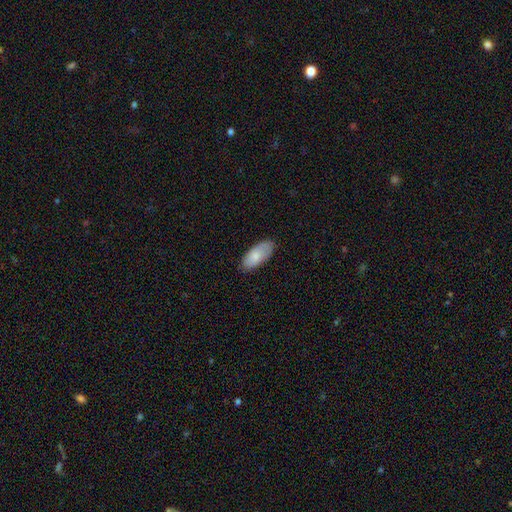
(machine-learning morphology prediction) Overall: smooth (81%). How rounded: in between (90%). Merging: none (80%).